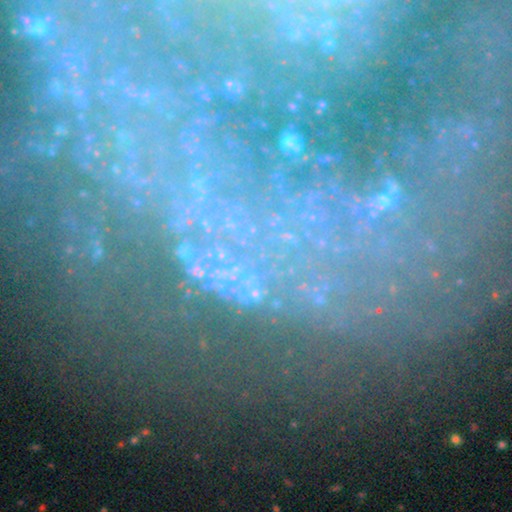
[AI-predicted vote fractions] This appears to be a star or artifact, not a galaxy (58%).